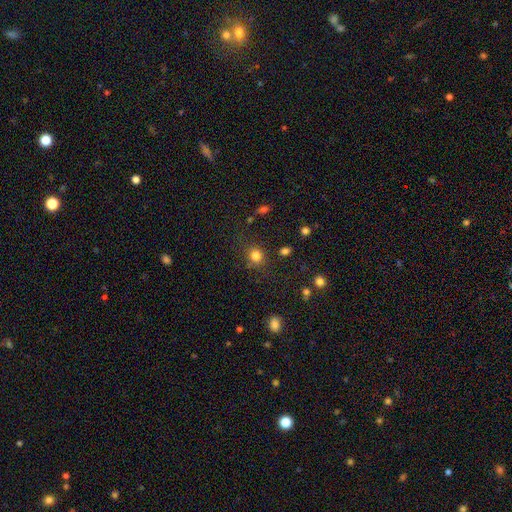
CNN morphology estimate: The model was most divided on "how rounded": round: 83%, in between: 16%, cigar-shaped: 1%. More confident: smooth or featured — smooth (81%); merging — none (80%).